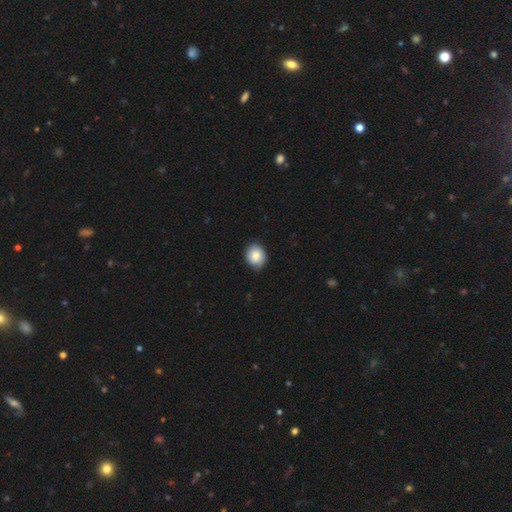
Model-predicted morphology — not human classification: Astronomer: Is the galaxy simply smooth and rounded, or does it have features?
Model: smooth — 82%.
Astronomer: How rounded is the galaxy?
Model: round — 62%.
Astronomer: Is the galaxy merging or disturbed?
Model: none — 76%.